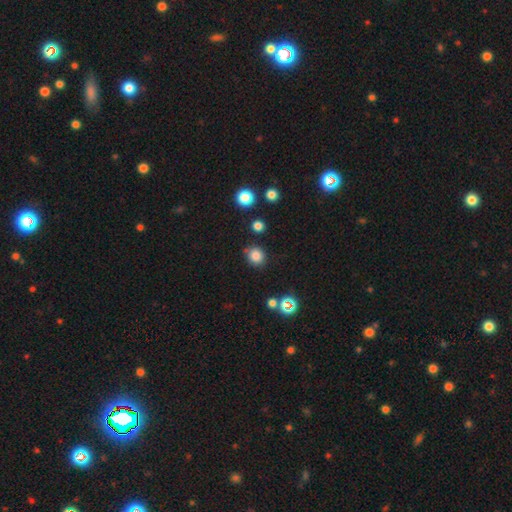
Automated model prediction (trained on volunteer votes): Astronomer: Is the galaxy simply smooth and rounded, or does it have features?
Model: smooth — 82%.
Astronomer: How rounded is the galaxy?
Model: round — 83%.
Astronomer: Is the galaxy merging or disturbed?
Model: none — 81%.